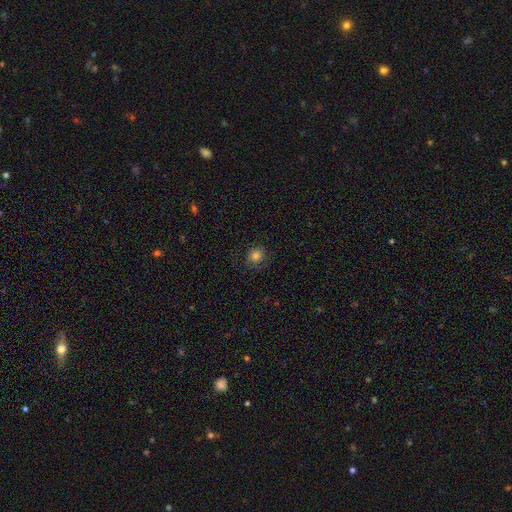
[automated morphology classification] This is clearly a smooth galaxy (80%). How rounded: likely round (80%). Merging: likely none (78%).